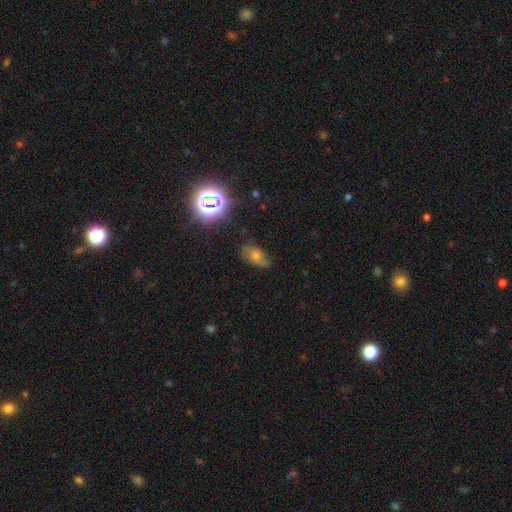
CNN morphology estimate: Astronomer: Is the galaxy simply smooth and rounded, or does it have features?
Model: smooth — 37% (runner-up: featured or disk, 36%).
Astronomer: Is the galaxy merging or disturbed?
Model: none — 61%.